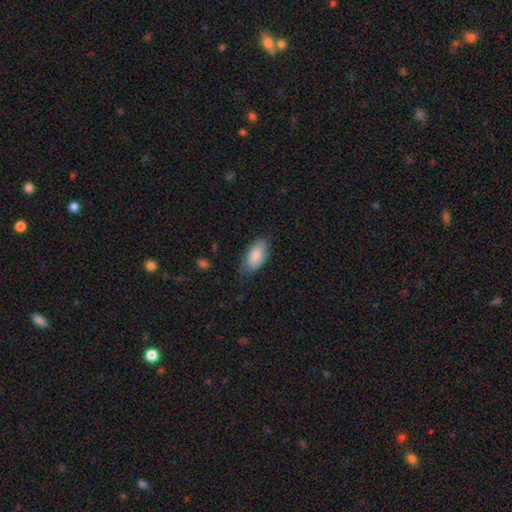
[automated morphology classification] smooth-or-featured: smooth: 82% | featured or disk: 12% | star or artifact: 6%
  how-rounded: in between: 93% | cigar-shaped: 4% | round: 3%
  merging: none: 70% | minor disturbance: 24% | major disturbance: 5% | merger: 1%